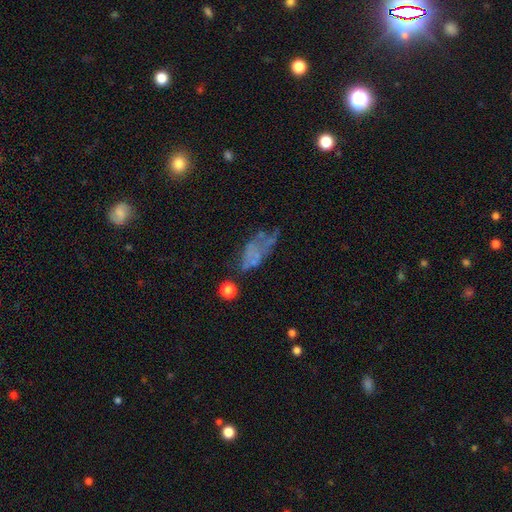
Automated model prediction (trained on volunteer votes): Q: Smooth or featured?
A: featured or disk (43%); runner-up: smooth (36%)
Q: Merging?
A: none (38%); runner-up: major disturbance (31%)